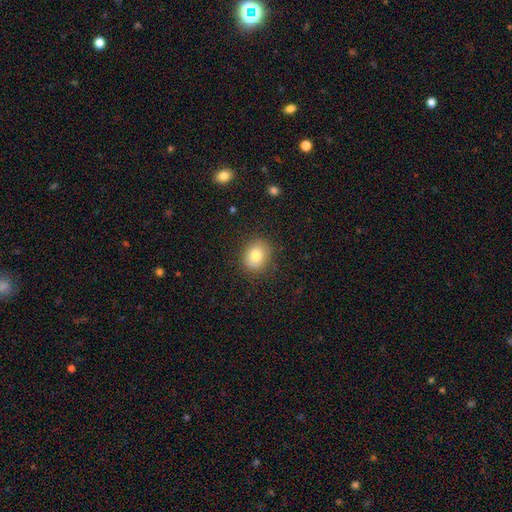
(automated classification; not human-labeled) This is likely a smooth galaxy (80%). How rounded: likely round (66%). Merging: clearly none (84%).